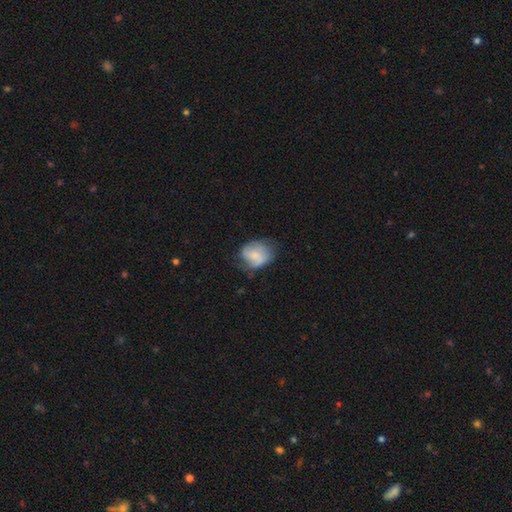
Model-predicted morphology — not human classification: type=smooth (58%); roundness=in between (56%); merging=none (49%).